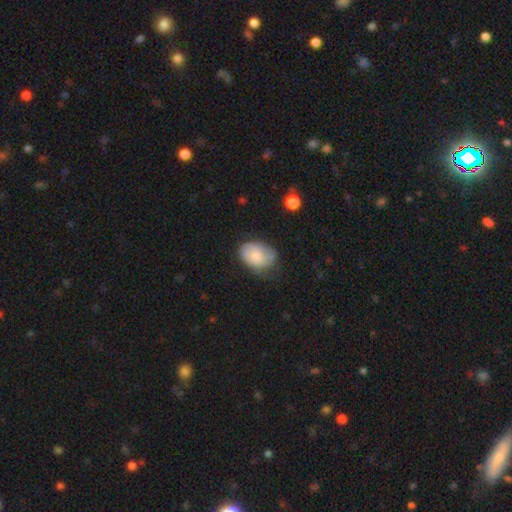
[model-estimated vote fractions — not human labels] Smooth or featured? smooth (70%)
How rounded? in between (80%)
Merging? none (49%)